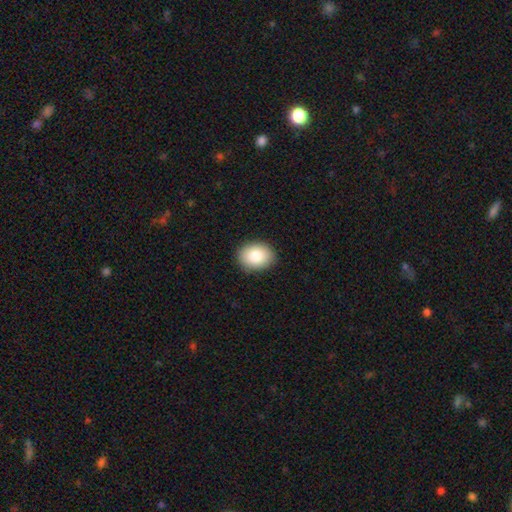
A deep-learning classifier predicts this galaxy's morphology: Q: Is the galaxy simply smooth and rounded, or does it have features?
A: smooth — 84%.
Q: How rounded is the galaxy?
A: in between — 55%.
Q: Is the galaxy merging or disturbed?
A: none — 89%.